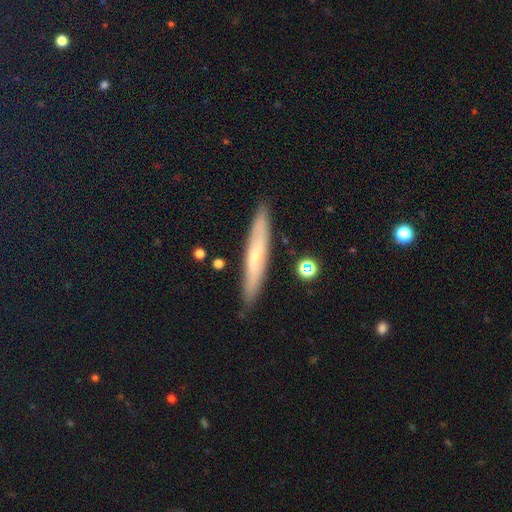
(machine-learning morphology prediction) Smooth or featured? Predicted: smooth (p=0.50). How rounded? Predicted: cigar-shaped (p=0.93). Merging? Predicted: none (p=0.88).